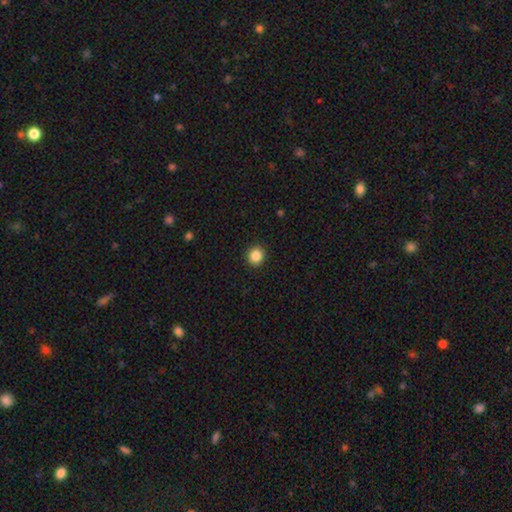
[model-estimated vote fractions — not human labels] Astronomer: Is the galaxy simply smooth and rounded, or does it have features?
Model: smooth — 86%.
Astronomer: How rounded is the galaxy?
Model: round — 88%.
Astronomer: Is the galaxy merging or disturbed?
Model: none — 92%.